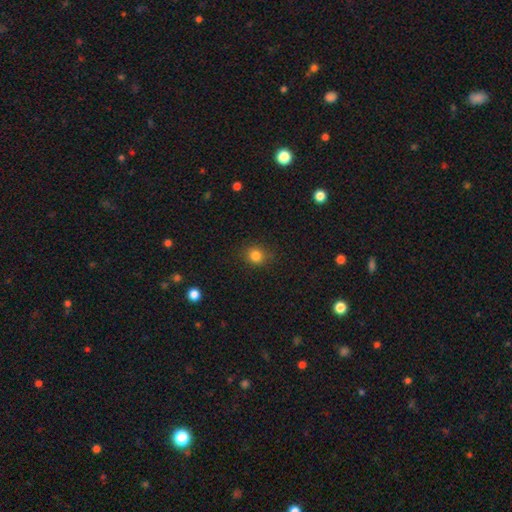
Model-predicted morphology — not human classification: The model was most divided on "how rounded": round: 83%, in between: 16%, cigar-shaped: 1%. More confident: merging — none (87%); smooth or featured — smooth (83%).